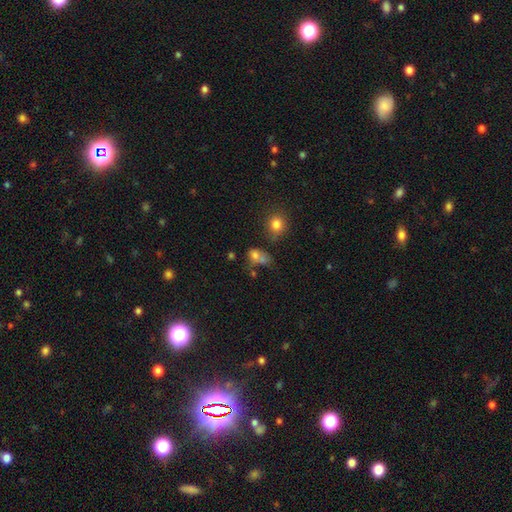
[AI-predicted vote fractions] A smooth galaxy with no disk features (70%) that is in between round and cigar-shaped (54%).

Vote fractions:
- Smooth or featured? smooth: 70% / star or artifact: 16% / featured or disk: 14%
- How rounded? in between: 54% / round: 43% / cigar-shaped: 2%
- Merging? merger: 37% / none: 32% / minor disturbance: 17% / major disturbance: 15%